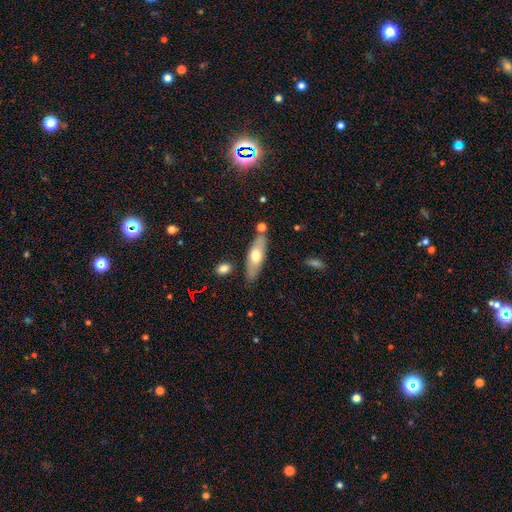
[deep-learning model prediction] Overall: smooth (56%; featured or disk 38%). How rounded: in between (54%; cigar-shaped 44%). Merging: none (77%).